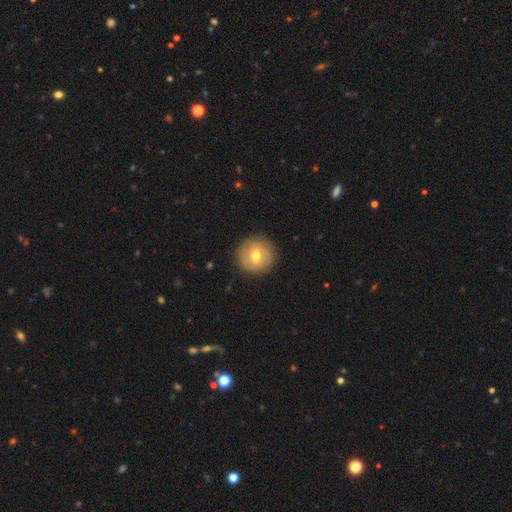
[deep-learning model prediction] Q: Smooth or featured?
A: smooth (58%); runner-up: featured or disk (34%)
Q: How rounded?
A: round (94%); runner-up: in between (5%)
Q: Merging?
A: none (87%); runner-up: minor disturbance (9%)